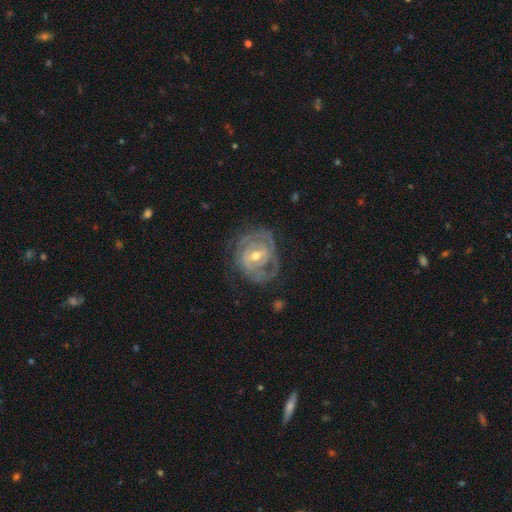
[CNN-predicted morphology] Overall: featured or disk (85%). Edge-on disk: no (97%). Bar: weak (47%; no 33%). Spiral arms: yes (88%). Spiral arm count: can't tell (35%; 2 33%). Spiral winding: tight (67%). Bulge size: moderate (63%; small 33%). Merging: none (66%).